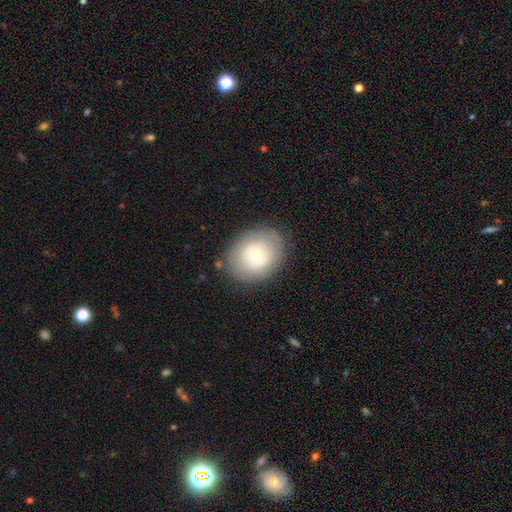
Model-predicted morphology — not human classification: Overall: featured or disk (48%; smooth 45%). Merging: none (80%).